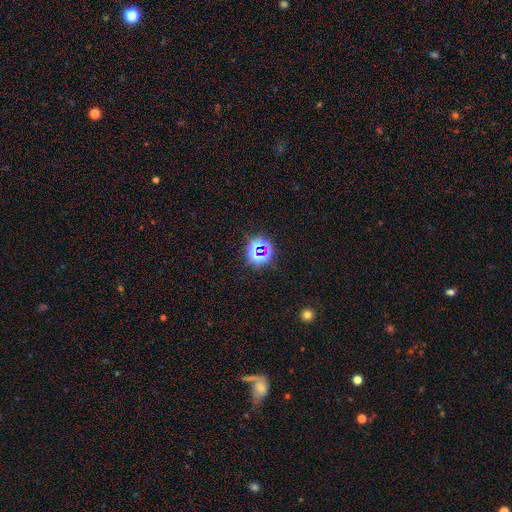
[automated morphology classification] Overall: star or artifact (71%).